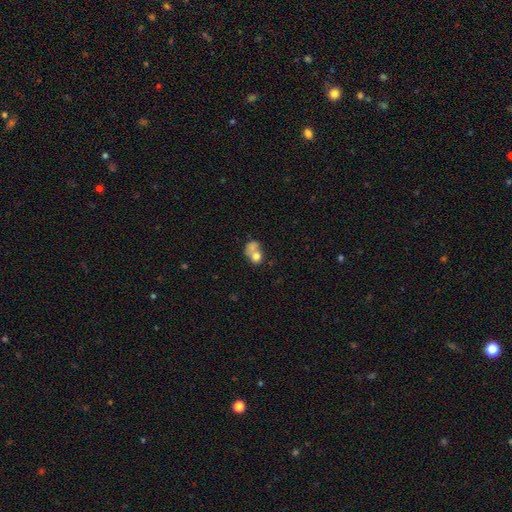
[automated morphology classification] A smooth galaxy with no disk features (68%) that is round (53%). Merging: merger (59%).